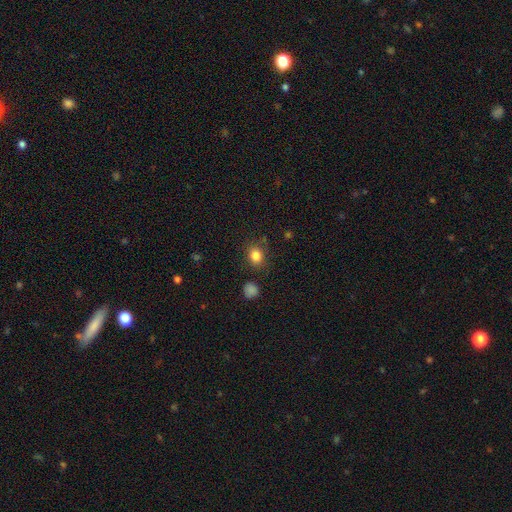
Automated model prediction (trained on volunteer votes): The model was most divided on "how rounded": round: 64%, in between: 35%, cigar-shaped: 1%. More confident: smooth or featured — smooth (83%); merging — none (80%).